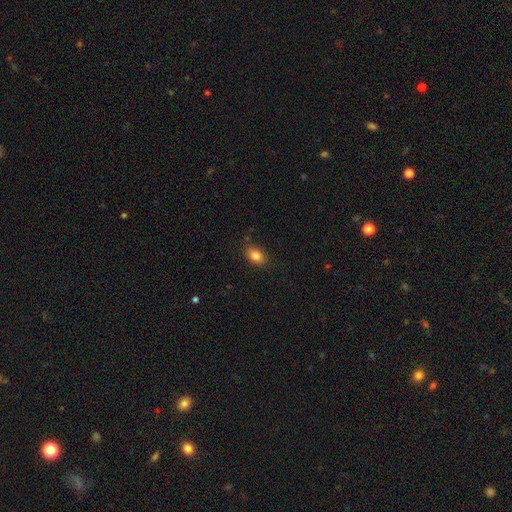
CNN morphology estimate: Smooth or featured: smooth — 84% (star or artifact — 10%)
How rounded: in between — 83% (round — 16%)
Merging: none — 83% (minor disturbance — 13%)